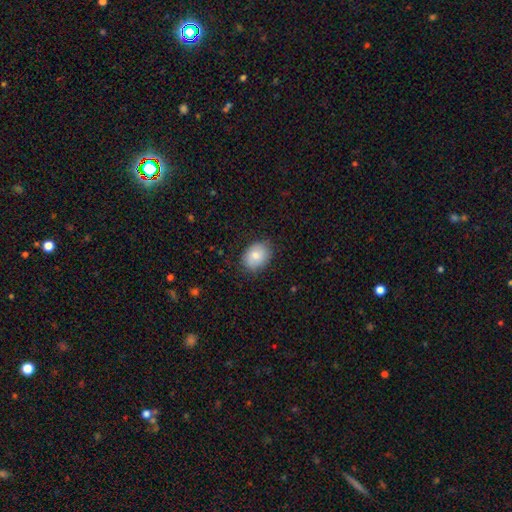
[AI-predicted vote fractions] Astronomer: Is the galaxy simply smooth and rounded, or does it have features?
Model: smooth — 78%.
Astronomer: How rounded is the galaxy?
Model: in between — 62%.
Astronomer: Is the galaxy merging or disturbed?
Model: none — 82%.